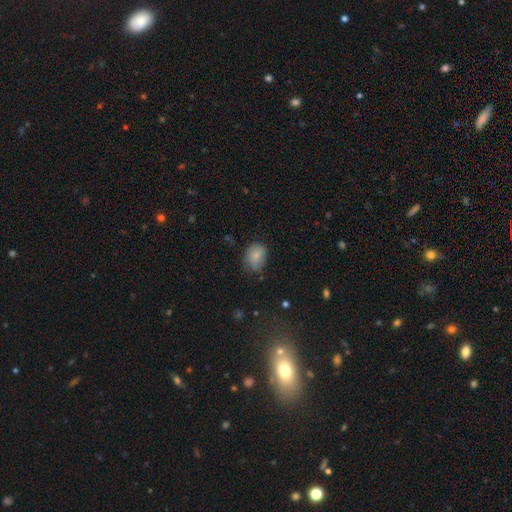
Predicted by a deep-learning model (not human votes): This is clearly a smooth galaxy (81%). How rounded: likely in between (62%). Merging: possibly none (56%).